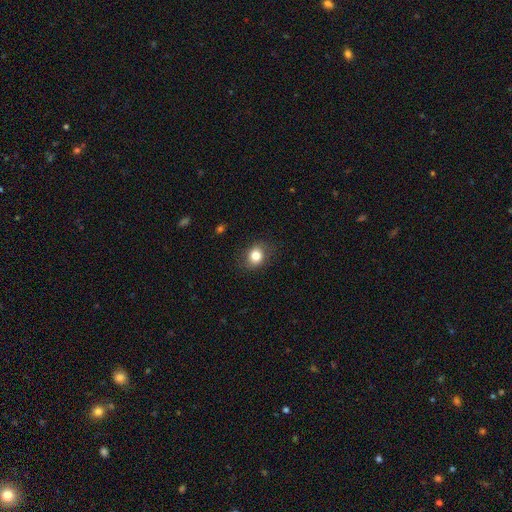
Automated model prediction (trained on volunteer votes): smooth 82%, star or artifact 10%, featured or disk 8%. Down the decision tree: how rounded — round (52%); merging — none (81%).